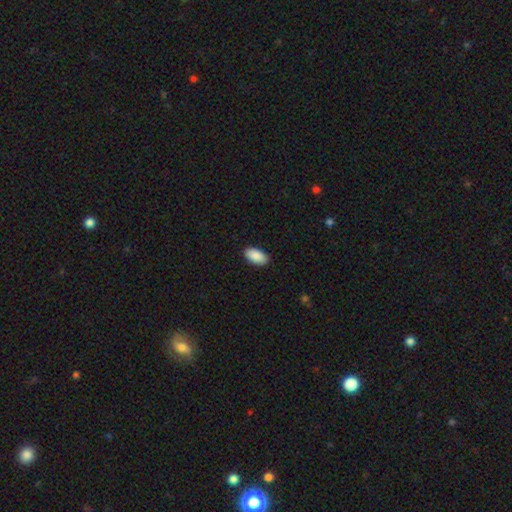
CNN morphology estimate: Smooth or featured: smooth — 90% (star or artifact — 6%)
How rounded: in between — 95% (cigar-shaped — 3%)
Merging: none — 89% (minor disturbance — 8%)